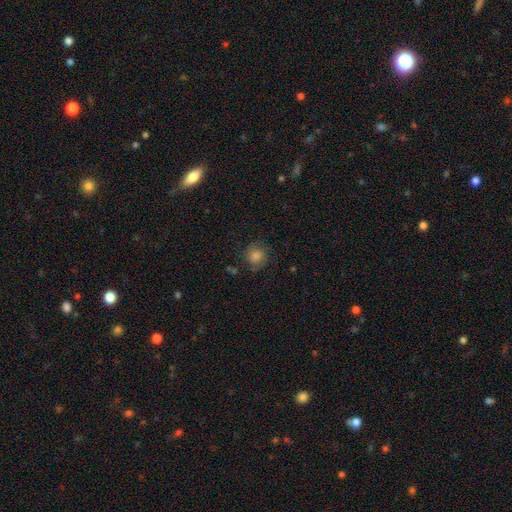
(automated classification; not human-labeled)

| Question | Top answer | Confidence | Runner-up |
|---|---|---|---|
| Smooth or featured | smooth | 59% | featured or disk (26%) |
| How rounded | round | 85% | in between (14%) |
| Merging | none | 76% | minor disturbance (15%) |